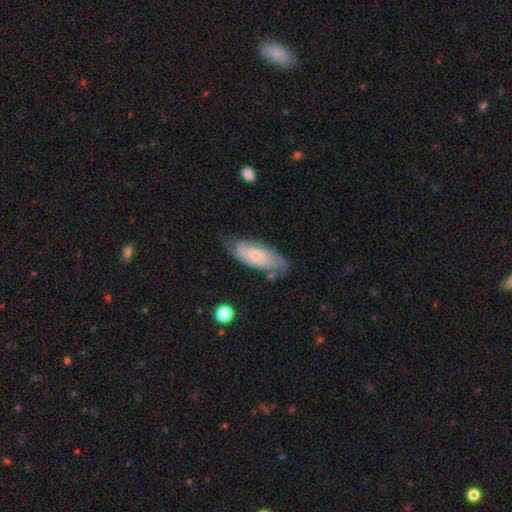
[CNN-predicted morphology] smooth-or-featured: featured or disk: 50% | smooth: 44% | star or artifact: 6%
  merging: none: 61% | minor disturbance: 27% | major disturbance: 9% | merger: 3%